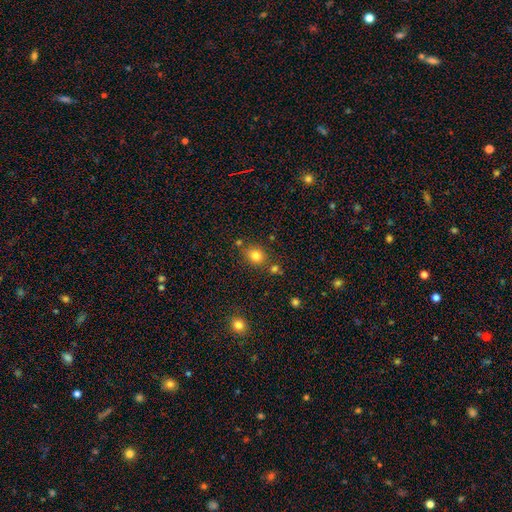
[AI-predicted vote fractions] Smooth or featured? Predicted: smooth (p=0.82). How rounded? Predicted: round (p=0.61). Merging? Predicted: none (p=0.74).